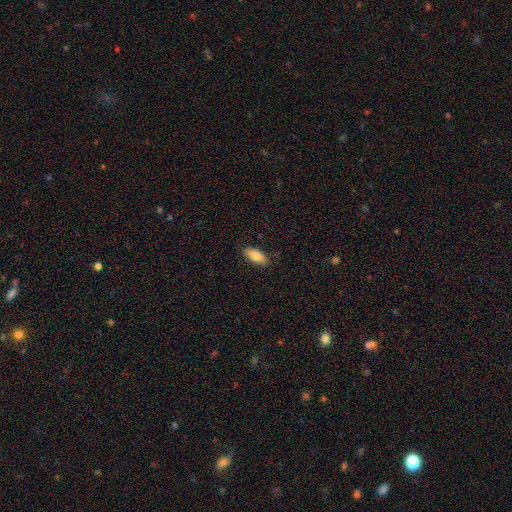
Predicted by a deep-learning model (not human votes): Smooth or featured: smooth — 84% (featured or disk — 9%)
How rounded: in between — 85% (cigar-shaped — 13%)
Merging: none — 84% (minor disturbance — 12%)